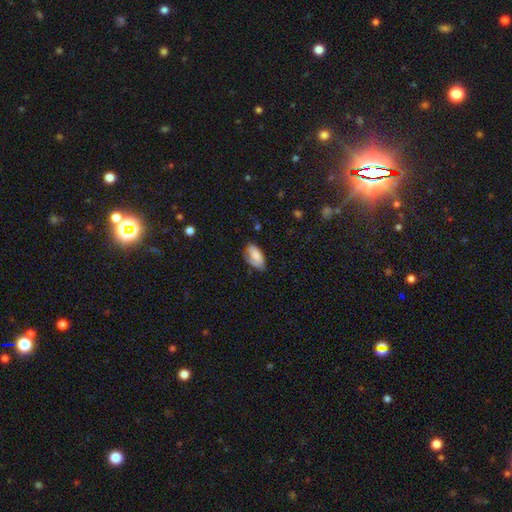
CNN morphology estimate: This appears to be a smooth galaxy with no disk features (80%) that is in between round and cigar-shaped (91%). Merging: none (56%).